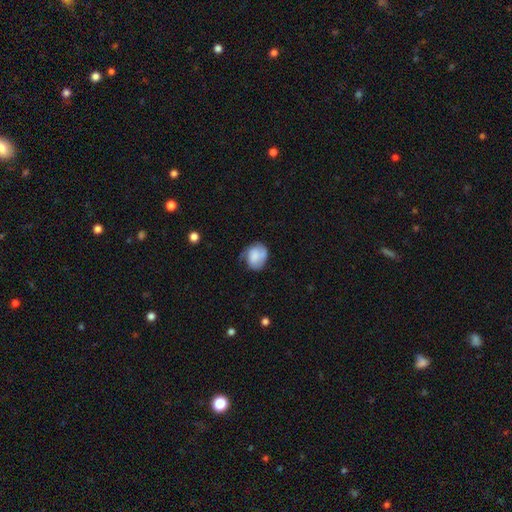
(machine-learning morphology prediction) Smooth or featured? Predicted: smooth (p=0.63). How rounded? Predicted: round (p=0.57). Merging? Predicted: none (p=0.42).